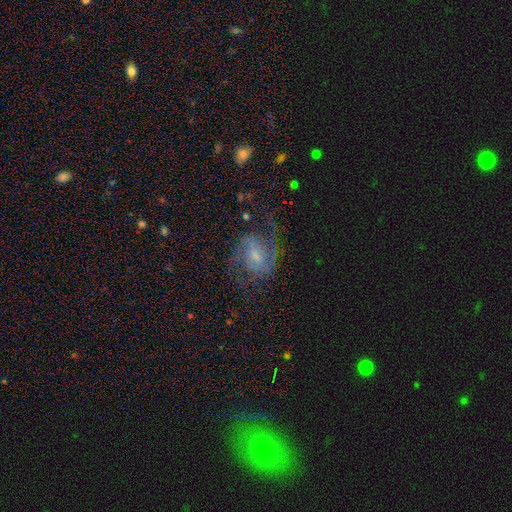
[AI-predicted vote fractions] A featured or disk galaxy (82%) with a weak bar (56%), 2 (80%) medium (52%) spiral arms (95%) and a small central bulge (40%).

Vote fractions:
- Smooth or featured? featured or disk: 82% / smooth: 10% / star or artifact: 7%
- Edge-on disk? no: 98% / yes: 2%
- Bar? weak: 56% / no: 30% / strong: 14%
- Spiral arms? yes: 95% / no: 5%
- Spiral winding? medium: 52% / loose: 25% / tight: 23%
- Spiral arm count? 2: 80% / can't tell: 8% / 3: 5% / 1: 3% / 4: 2% / more than 4: 2%
- Bulge size? small: 40% / moderate: 39% / none: 12% / large: 7% / dominant: 2%
- Merging? none: 66% / major disturbance: 16% / minor disturbance: 16% / merger: 2%